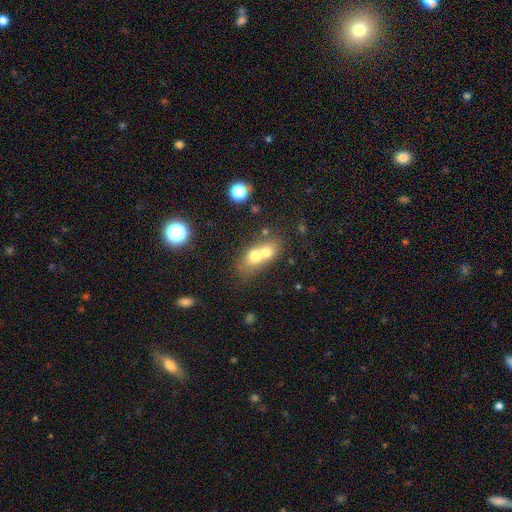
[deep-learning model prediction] smooth_or_featured: smooth (p=0.64) [alt: featured or disk p=0.25]
how_rounded: in between (p=0.55) [alt: round p=0.41]
merging: merger (p=0.72) [alt: none p=0.19]